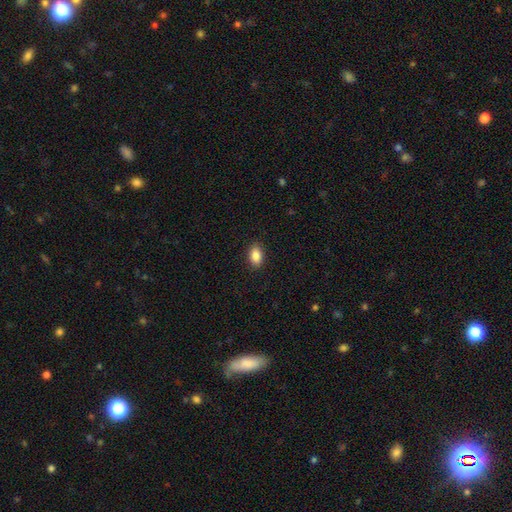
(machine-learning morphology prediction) This appears to be a smooth galaxy with no disk features (87%) that is in between round and cigar-shaped (88%). Merging: none (89%).